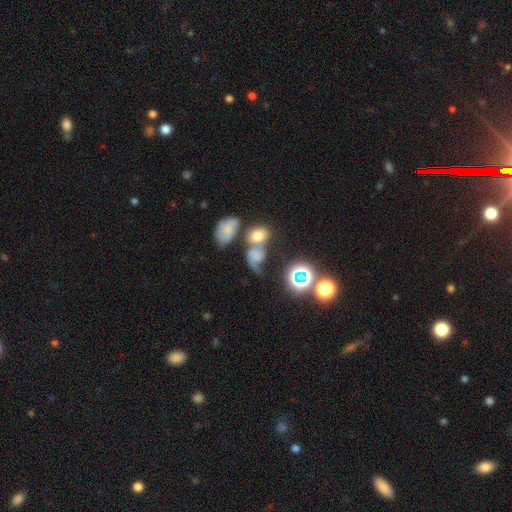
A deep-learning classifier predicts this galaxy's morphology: Smooth or featured: smooth — 45% (featured or disk — 31%)
Merging: merger — 44% (none — 25%)